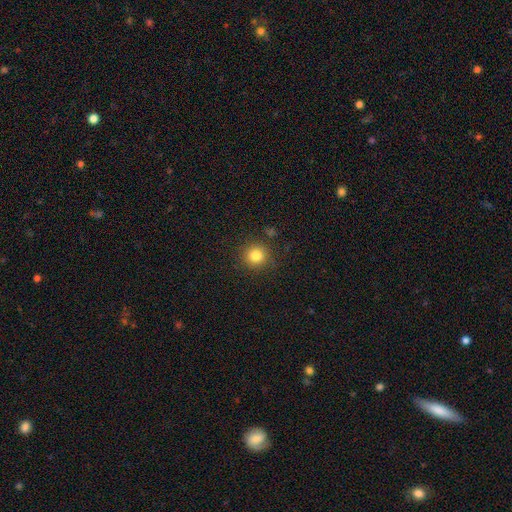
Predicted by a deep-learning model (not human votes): Smooth or featured: smooth — 82% (star or artifact — 12%)
How rounded: round — 93% (in between — 7%)
Merging: none — 87% (minor disturbance — 8%)